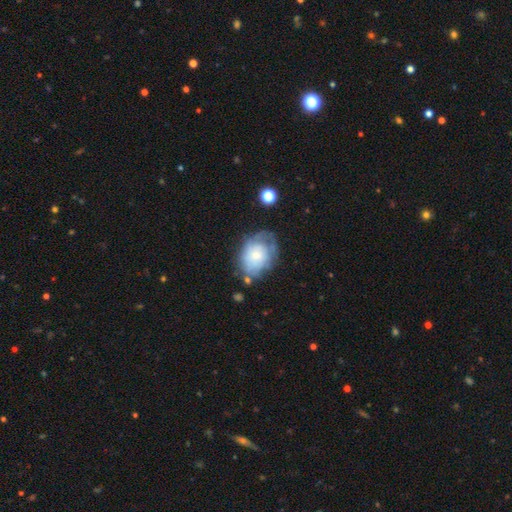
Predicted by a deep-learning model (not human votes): A smooth galaxy with no disk features (54%) that is in between round and cigar-shaped (68%).

Vote fractions:
- Smooth or featured? smooth: 54% / featured or disk: 37% / star or artifact: 8%
- How rounded? in between: 68% / round: 31% / cigar-shaped: 1%
- Merging? none: 45% / minor disturbance: 31% / major disturbance: 18% / merger: 6%